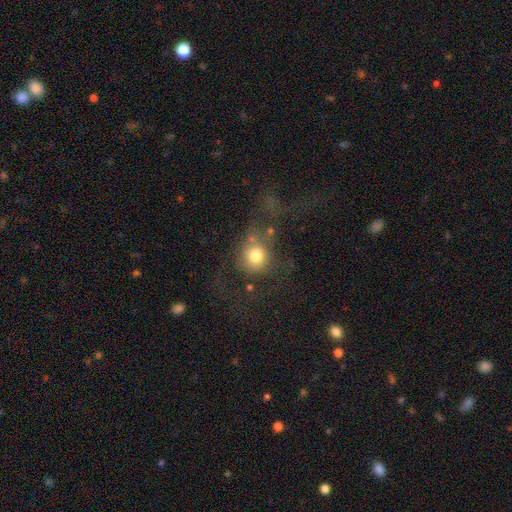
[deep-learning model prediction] smooth_or_featured: smooth (p=0.72) [alt: featured or disk p=0.15]
how_rounded: round (p=0.83) [alt: in between p=0.16]
merging: none (p=0.42) [alt: major disturbance p=0.31]